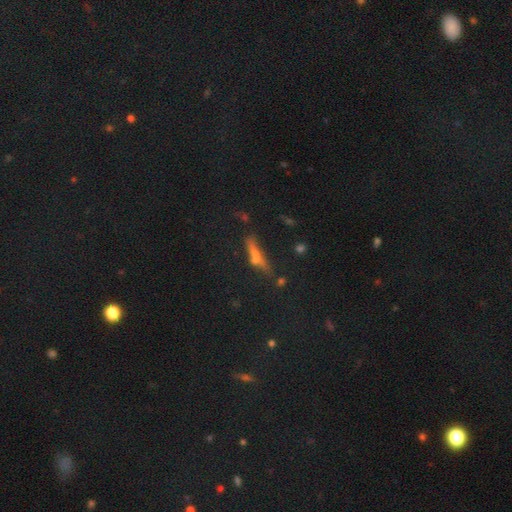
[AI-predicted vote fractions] Morphology: type=smooth (50%); merging=none (45%).